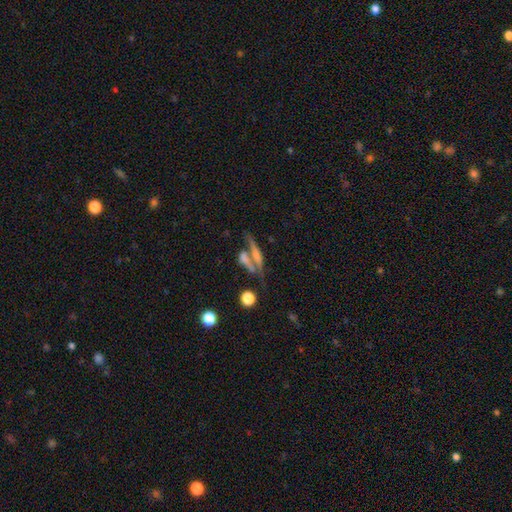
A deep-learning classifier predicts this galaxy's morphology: This is marginally a smooth galaxy (42%, tied with featured or disk). Merging: possibly merger (46%).